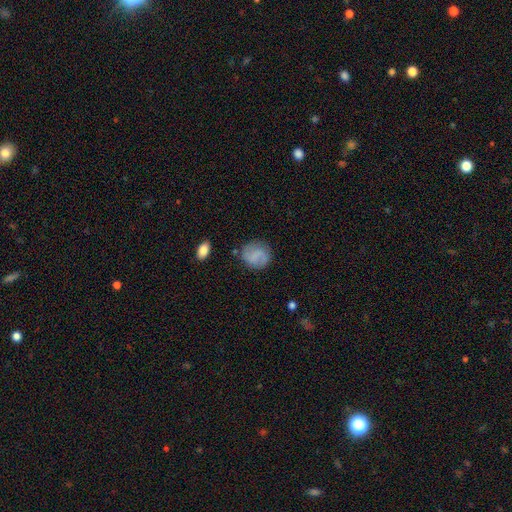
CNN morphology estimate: This appears to be a smooth galaxy with no disk features (54%) that is round (76%). Merging: none (76%).